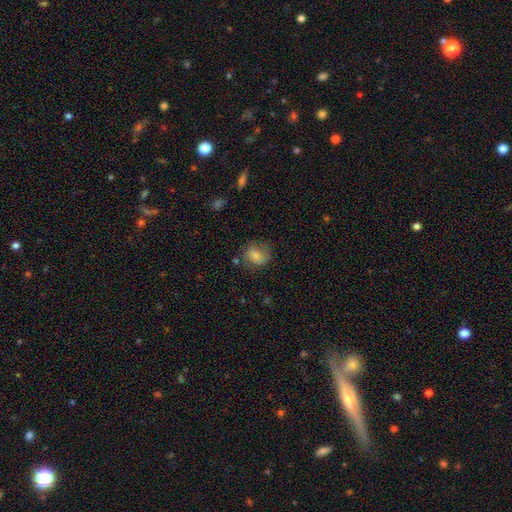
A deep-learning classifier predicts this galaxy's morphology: Q: Smooth or featured?
A: smooth (64%); runner-up: featured or disk (27%)
Q: How rounded?
A: round (68%); runner-up: in between (31%)
Q: Merging?
A: none (63%); runner-up: minor disturbance (23%)